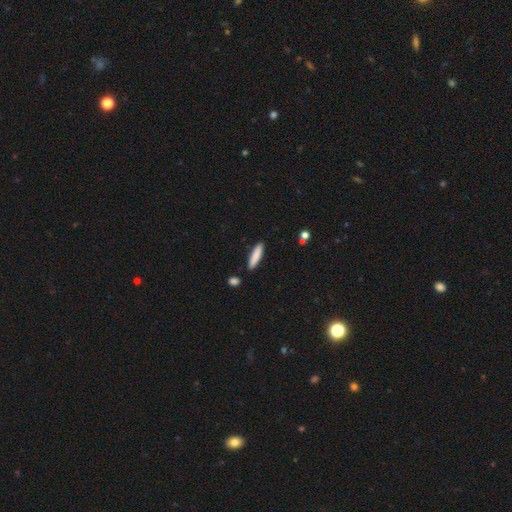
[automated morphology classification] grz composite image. It shows a smooth galaxy with no disk features (84%) that is cigar-shaped (83%). Merging: none (88%).